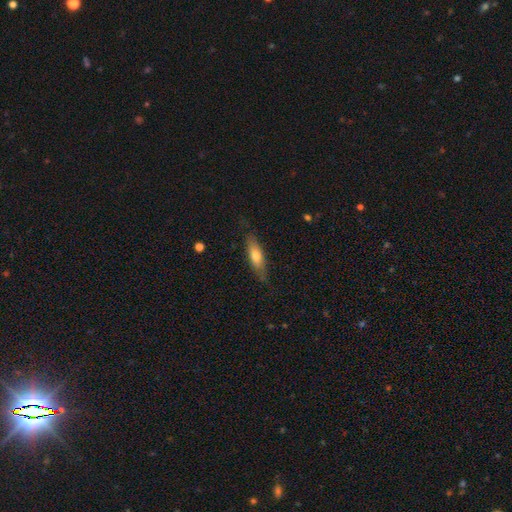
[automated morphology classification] The model was most divided on "how rounded": cigar-shaped: 56%, in between: 42%, round: 2%. More confident: merging — none (76%); smooth or featured — smooth (65%).